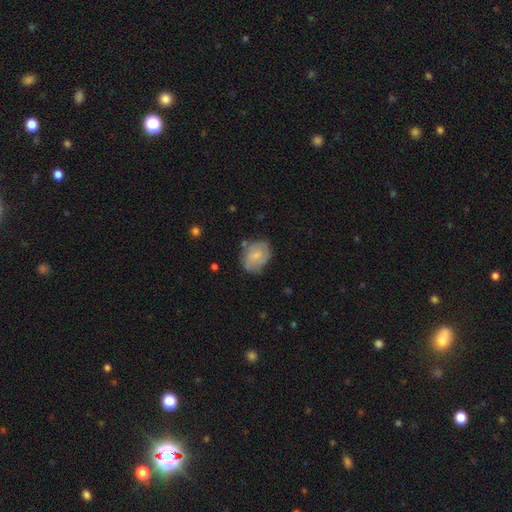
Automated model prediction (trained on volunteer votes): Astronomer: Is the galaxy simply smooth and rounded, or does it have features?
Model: smooth — 69%.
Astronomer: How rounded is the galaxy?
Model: in between — 59% (runner-up: round, 39%).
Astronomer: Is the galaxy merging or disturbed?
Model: none — 65%.